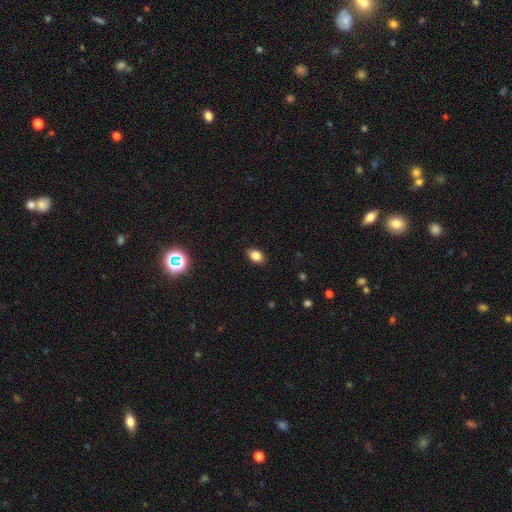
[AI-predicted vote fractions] A smooth galaxy with no disk features (83%) that is in between round and cigar-shaped (82%). Merging: none (88%).